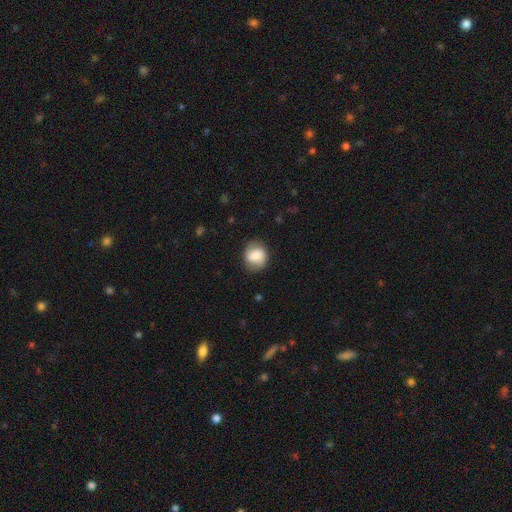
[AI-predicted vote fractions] Smooth or featured?
  - smooth: 66% *
  - featured or disk: 26%
  - star or artifact: 8%
How rounded?
  - round: 70% *
  - in between: 29%
  - cigar-shaped: 1%
Merging?
  - none: 79% *
  - minor disturbance: 15%
  - major disturbance: 5%
  - merger: 1%